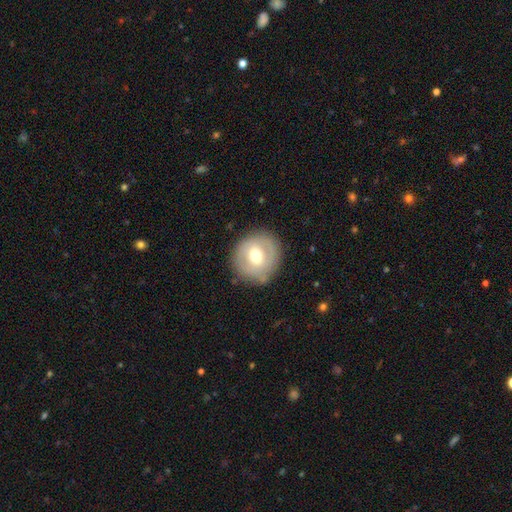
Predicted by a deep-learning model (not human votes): Smooth or featured? smooth (53%)
How rounded? round (89%)
Merging? none (82%)